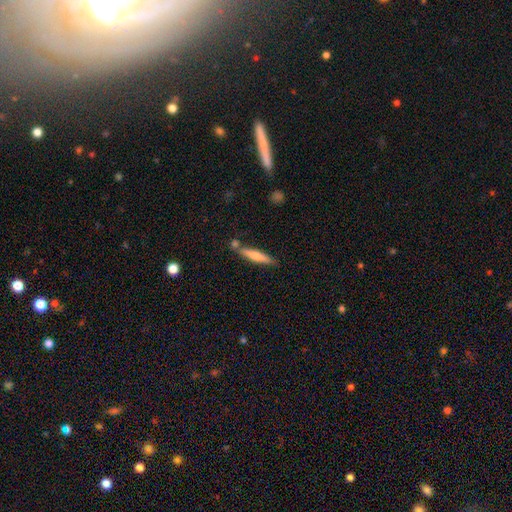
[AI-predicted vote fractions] smooth-or-featured: smooth: 60% | featured or disk: 35% | star or artifact: 6%
  how-rounded: cigar-shaped: 88% | in between: 10% | round: 2%
  merging: none: 73% | minor disturbance: 13% | merger: 11% | major disturbance: 3%